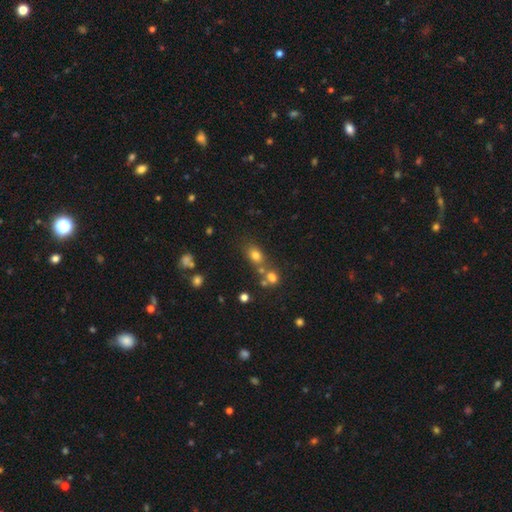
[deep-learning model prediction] Smooth or featured: smooth — 68% (star or artifact — 21%)
How rounded: round — 50% (in between — 47%)
Merging: none — 56% (merger — 27%)